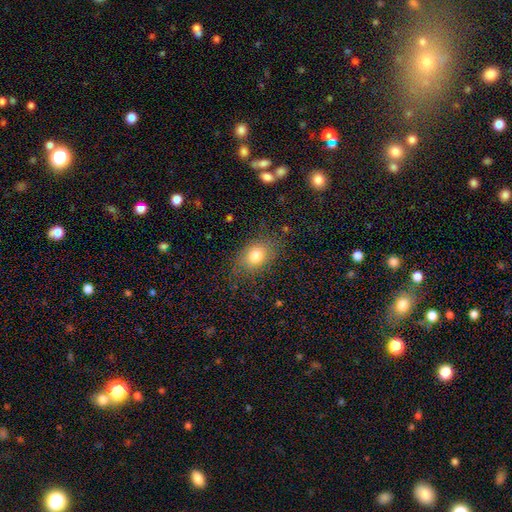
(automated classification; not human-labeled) smooth-or-featured: smooth: 78% | featured or disk: 12% | star or artifact: 11%
  how-rounded: in between: 69% | round: 30% | cigar-shaped: 2%
  merging: none: 77% | minor disturbance: 16% | major disturbance: 6% | merger: 1%